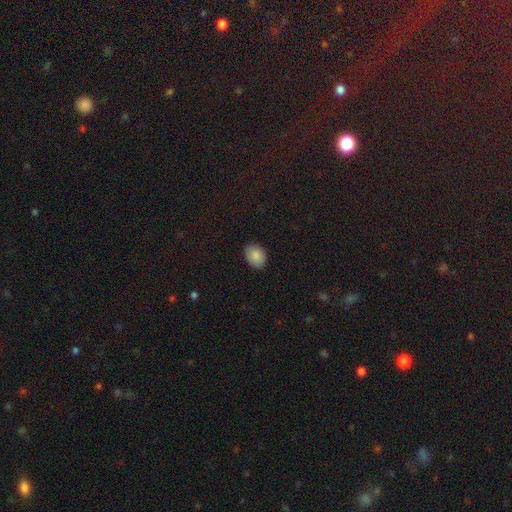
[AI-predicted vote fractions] This appears to be a smooth galaxy with no disk features (87%) that is in between round and cigar-shaped (70%). Merging: none (86%).